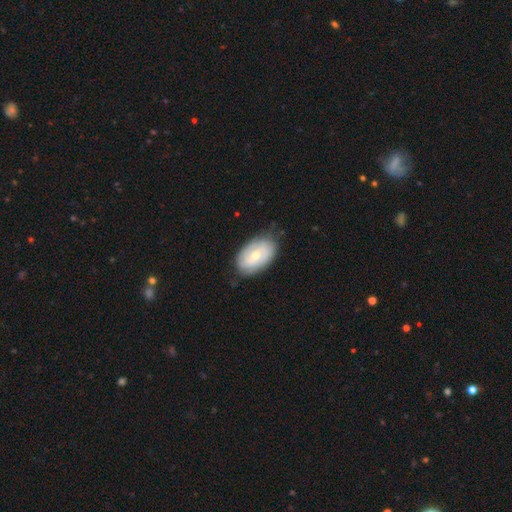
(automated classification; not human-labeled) smooth-or-featured: featured or disk: 51% | smooth: 43% | star or artifact: 6%
  disk-edge-on: no: 94% | yes: 6%
  merging: none: 74% | minor disturbance: 20% | major disturbance: 5% | merger: 1%